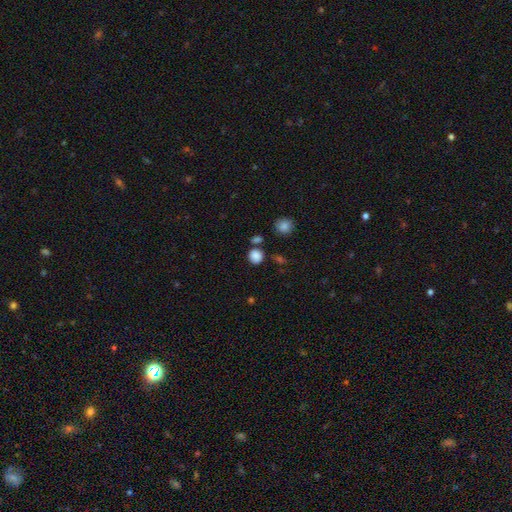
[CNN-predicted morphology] Smooth or featured? smooth (84%)
How rounded? round (82%)
Merging? none (74%)